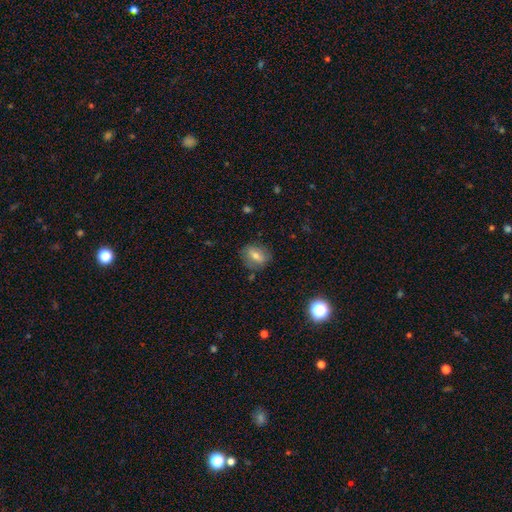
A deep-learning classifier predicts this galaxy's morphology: The model was most divided on "how rounded": round: 49%, in between: 48%, cigar-shaped: 3%. More confident: merging — none (77%); smooth or featured — smooth (63%).